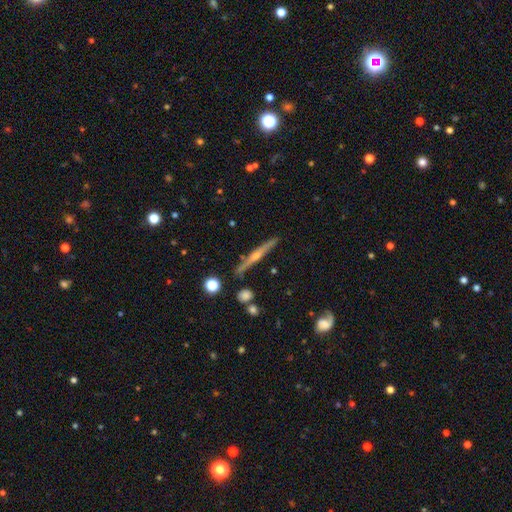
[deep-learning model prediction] Overall: featured or disk (74%). Edge-on disk: yes (98%). Edge-on bulge: rounded (78%). Merging: none (89%).